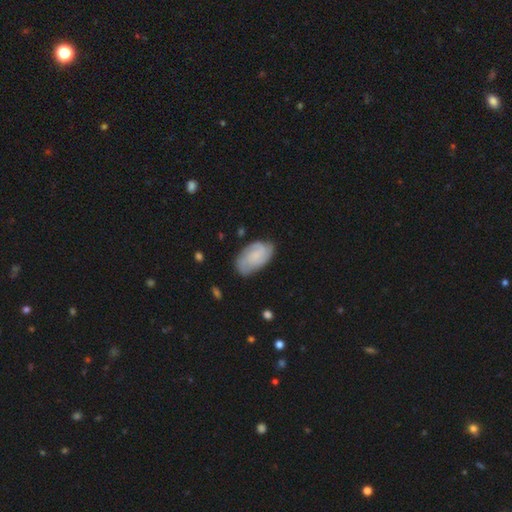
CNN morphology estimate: type=featured or disk (59%); edge-on=no (97%); bar=no (65%); spiral arms=yes (91%); winding=tight (52%); arm count=2 (34%); bulge=small (50%); merging=none (72%).